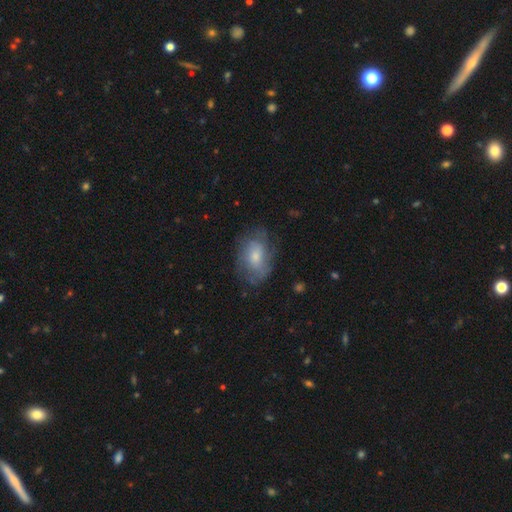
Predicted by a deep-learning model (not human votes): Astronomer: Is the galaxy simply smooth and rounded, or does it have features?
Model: smooth — 48% (runner-up: featured or disk, 43%).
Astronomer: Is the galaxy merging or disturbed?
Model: none — 66%.